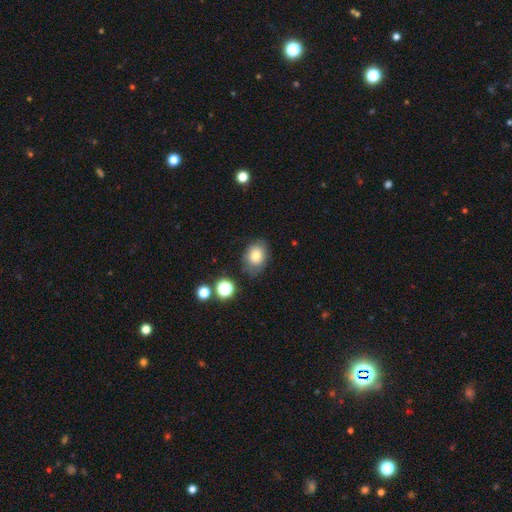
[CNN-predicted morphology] A smooth galaxy with no disk features (76%) that is in between round and cigar-shaped (60%). Merging: none (72%).